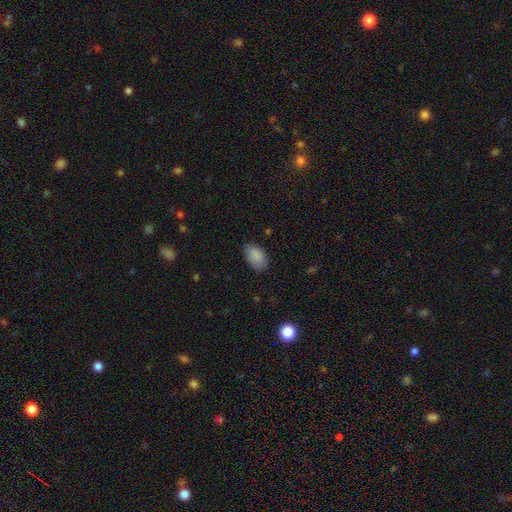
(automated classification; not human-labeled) Morphology: type=smooth (88%); roundness=in between (93%); merging=none (77%).